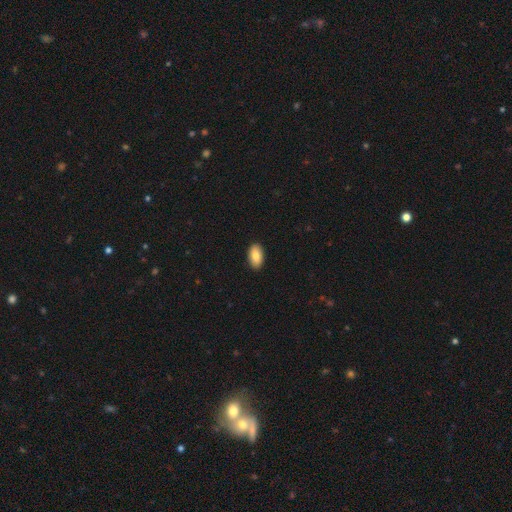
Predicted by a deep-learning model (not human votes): smooth 85%, featured or disk 9%, star or artifact 6%. Down the decision tree: how rounded — in between (94%); merging — none (90%).